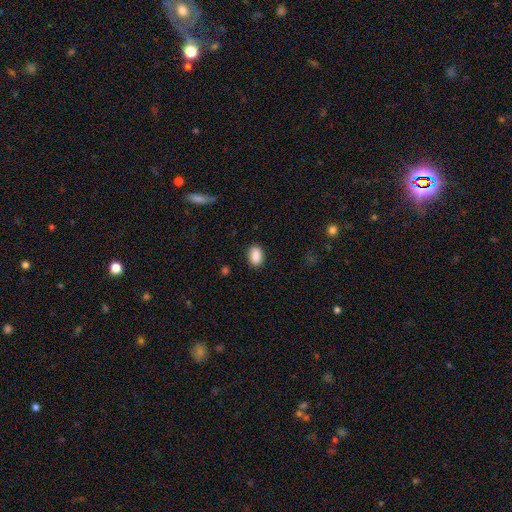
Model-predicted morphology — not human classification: A smooth galaxy with no disk features (89%) that is in between round and cigar-shaped (89%). Merging: none (88%).